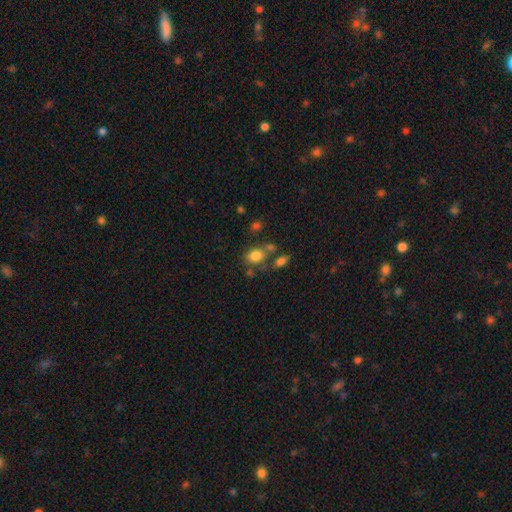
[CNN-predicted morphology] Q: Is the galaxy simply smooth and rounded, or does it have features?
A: smooth — 79%.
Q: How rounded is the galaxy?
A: in between — 56%.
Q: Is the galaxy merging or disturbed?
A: none — 56%.